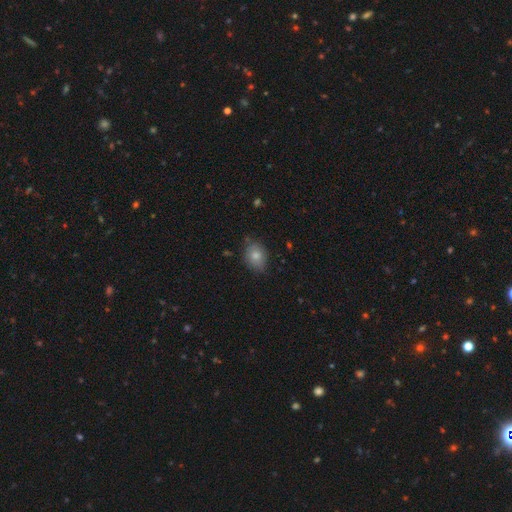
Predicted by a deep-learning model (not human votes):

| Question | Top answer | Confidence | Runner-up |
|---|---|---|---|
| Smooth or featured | smooth | 80% | featured or disk (11%) |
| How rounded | in between | 55% | round (44%) |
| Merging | none | 72% | minor disturbance (22%) |